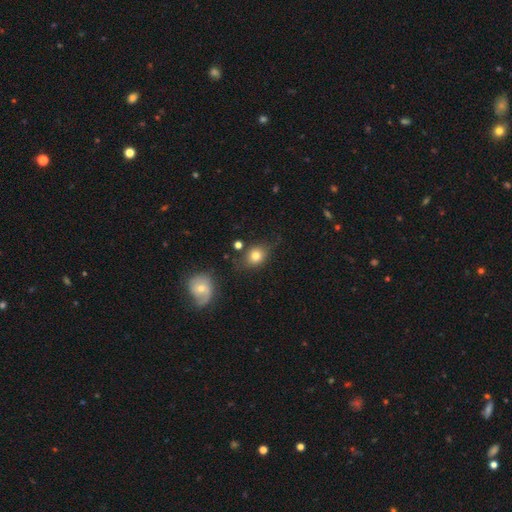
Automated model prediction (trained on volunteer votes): A smooth galaxy with no disk features (77%) that is round (58%). Merging: none (68%).